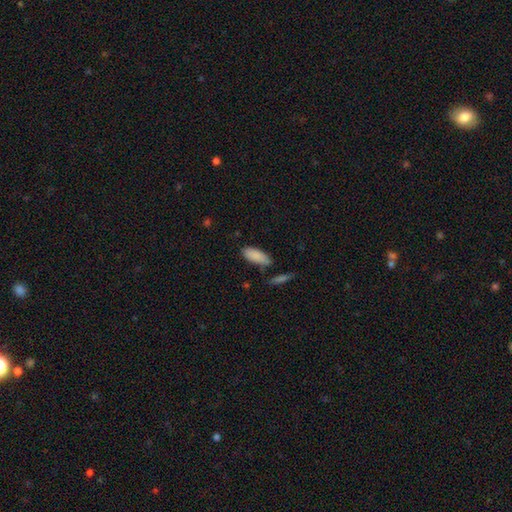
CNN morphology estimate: Overall: smooth (87%). How rounded: in between (82%). Merging: none (68%).